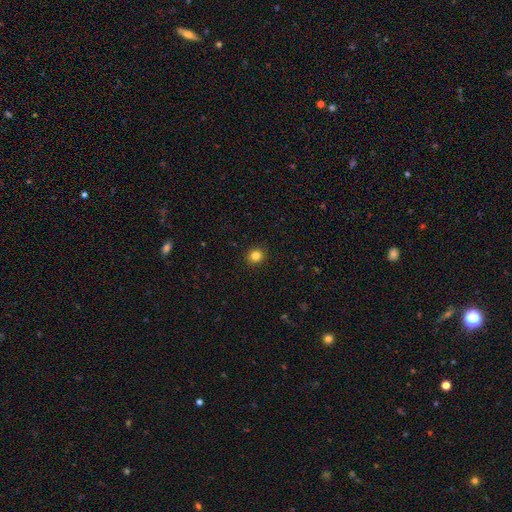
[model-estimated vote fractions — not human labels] This appears to be a smooth galaxy with no disk features (83%) that is round (88%). Merging: none (92%).